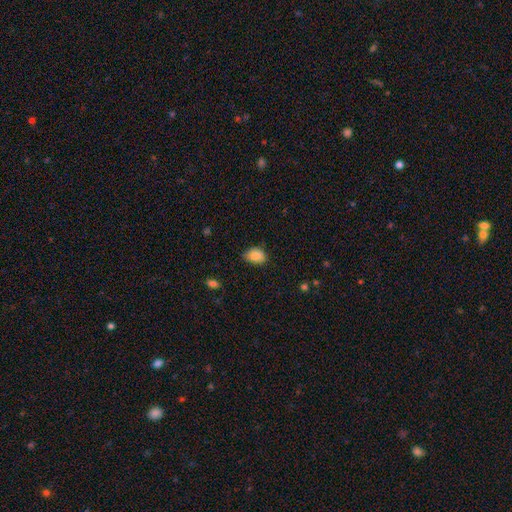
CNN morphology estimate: smooth 86%, star or artifact 8%, featured or disk 6%. Down the decision tree: how rounded — in between (69%); merging — none (66%).